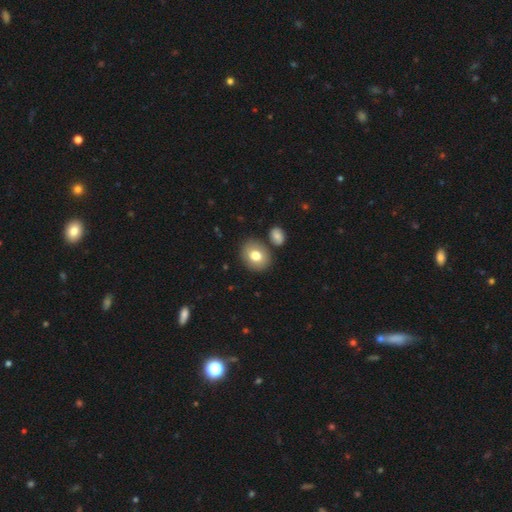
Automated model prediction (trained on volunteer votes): The model was most divided on "how rounded": round: 52%, in between: 47%, cigar-shaped: 1%. More confident: merging — none (78%); smooth or featured — smooth (76%).